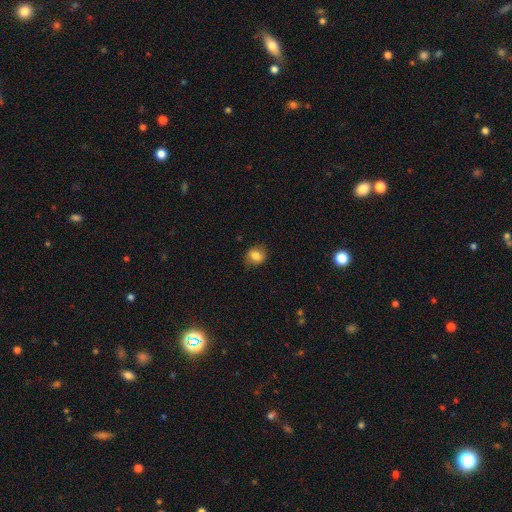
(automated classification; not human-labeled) Overall: smooth (78%). How rounded: round (51%; in between 48%). Merging: none (75%).